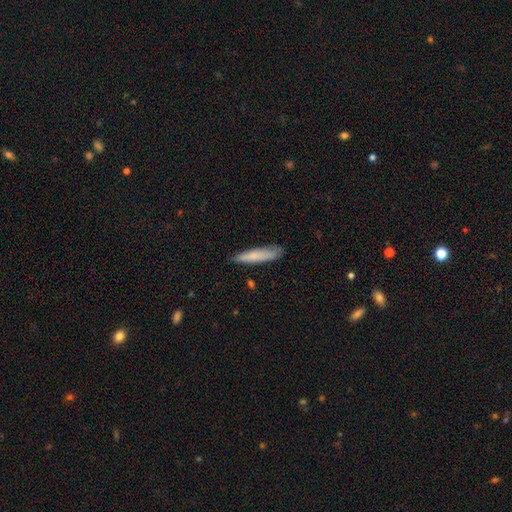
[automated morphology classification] smooth 77%, featured or disk 17%, star or artifact 6%. Down the decision tree: how rounded — cigar-shaped (90%); merging — none (83%).